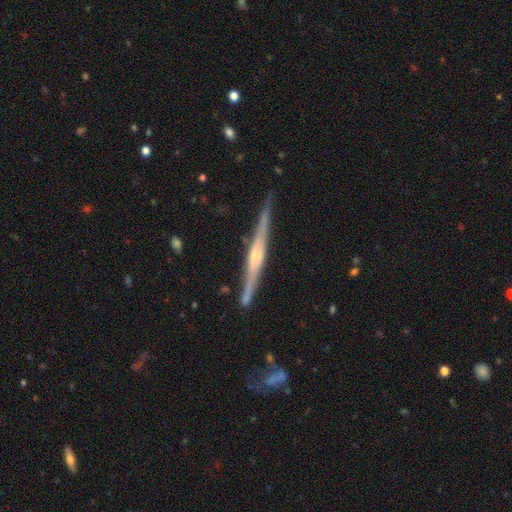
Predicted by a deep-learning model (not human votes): smooth-or-featured: featured or disk: 83% | smooth: 11% | star or artifact: 5%
  disk-edge-on: yes: 98% | no: 2%
    edge-on-bulge: rounded: 73% | boxy: 15% | none: 12%
  merging: none: 86% | minor disturbance: 10% | merger: 2% | major disturbance: 2%